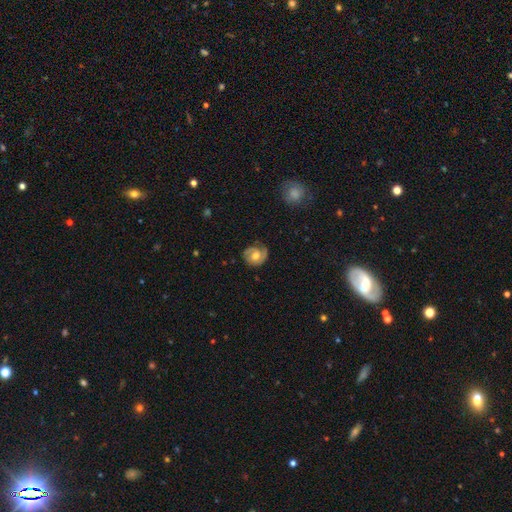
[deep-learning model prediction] Smooth or featured: featured or disk — 64% (smooth — 29%)
Edge-on disk: no — 97% (yes — 3%)
Bar: no — 69% (weak — 26%)
Spiral arms: yes — 87% (no — 13%)
Spiral winding: tight — 50% (medium — 37%)
Spiral arm count: 2 — 58% (1 — 23%)
Bulge size: moderate — 72% (small — 15%)
Merging: none — 69% (minor disturbance — 21%)